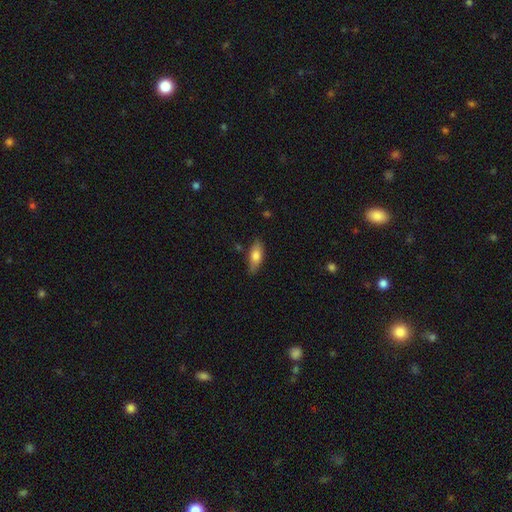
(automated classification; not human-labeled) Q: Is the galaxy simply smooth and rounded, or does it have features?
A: smooth — 72%.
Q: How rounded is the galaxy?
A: in between — 73%.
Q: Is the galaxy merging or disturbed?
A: none — 81%.